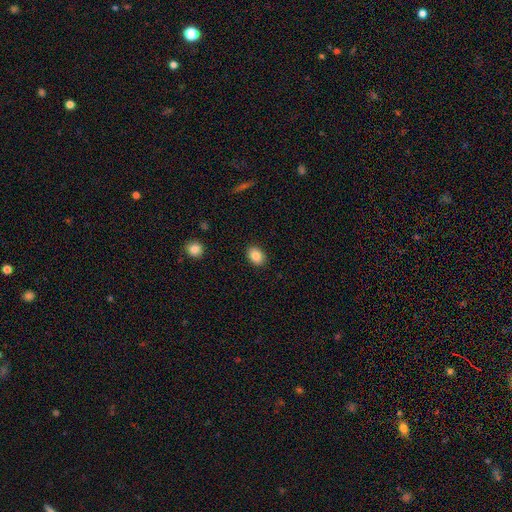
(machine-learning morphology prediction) The model was most divided on "how rounded": in between: 72%, round: 27%, cigar-shaped: 1%. More confident: merging — none (89%); smooth or featured — smooth (86%).